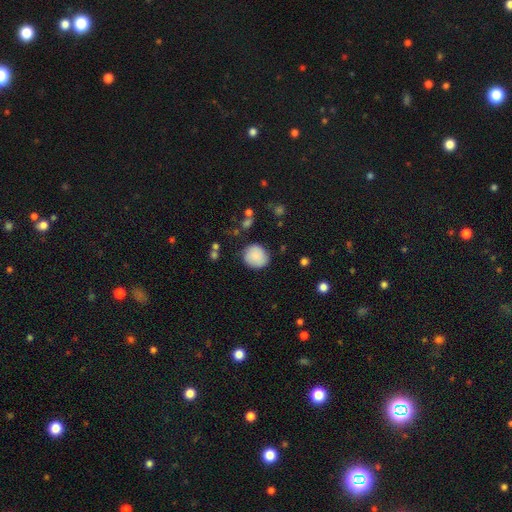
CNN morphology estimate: Smooth or featured? smooth (85%)
How rounded? round (87%)
Merging? none (81%)